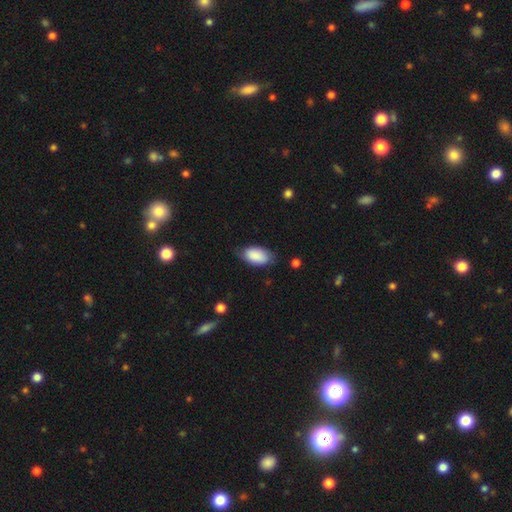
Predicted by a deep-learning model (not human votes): smooth-or-featured: smooth: 85% | featured or disk: 9% | star or artifact: 6%
  how-rounded: in between: 94% | round: 3% | cigar-shaped: 2%
  merging: none: 70% | minor disturbance: 24% | major disturbance: 5% | merger: 2%